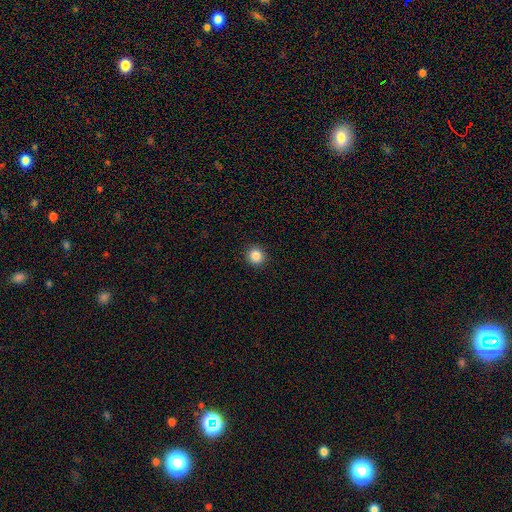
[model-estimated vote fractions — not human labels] A smooth galaxy with no disk features (86%) that is round (92%). Merging: none (92%).